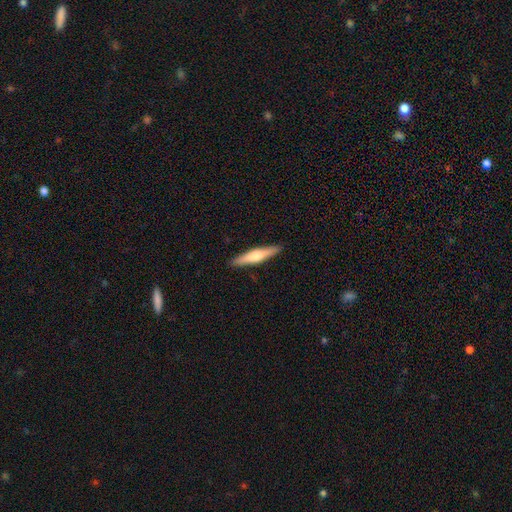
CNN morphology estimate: A smooth galaxy with no disk features (49%). Merging: none (91%).